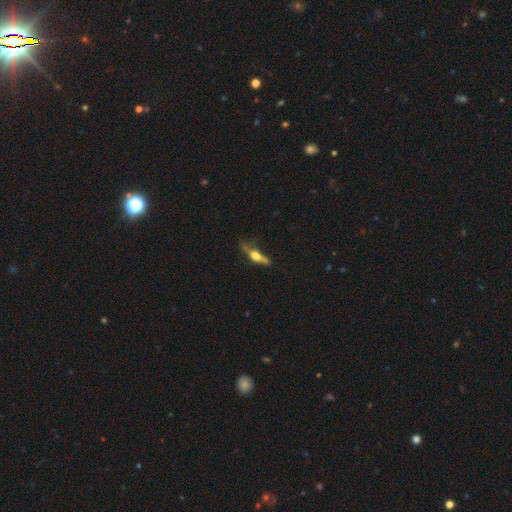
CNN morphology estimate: Q: Smooth or featured?
A: featured or disk (57%); runner-up: smooth (34%)
Q: Edge-on disk?
A: yes (87%); runner-up: no (13%)
Q: Merging?
A: none (54%); runner-up: minor disturbance (25%)